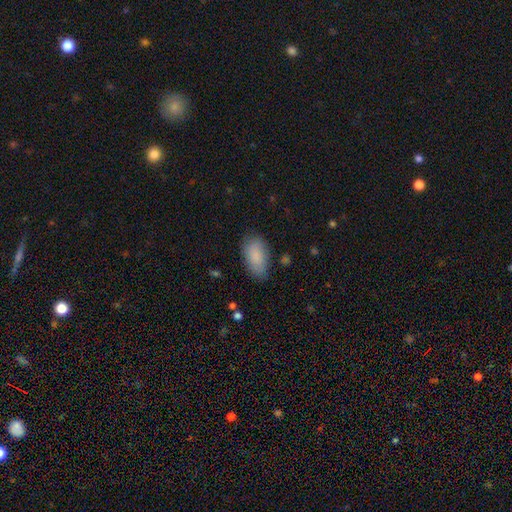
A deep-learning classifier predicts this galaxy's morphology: Q: Smooth or featured?
A: smooth (86%); runner-up: featured or disk (7%)
Q: How rounded?
A: in between (92%); runner-up: cigar-shaped (5%)
Q: Merging?
A: none (77%); runner-up: minor disturbance (18%)